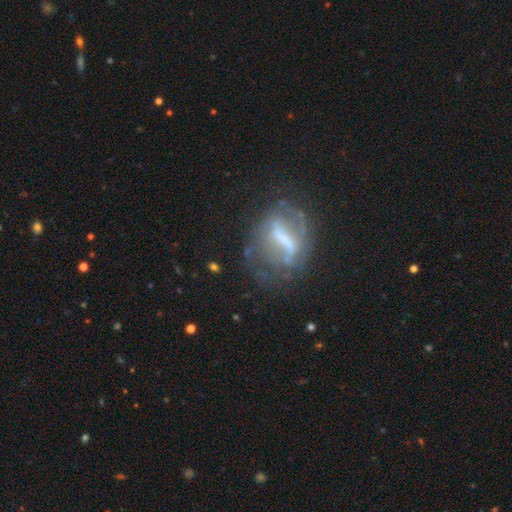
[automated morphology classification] featured or disk 71%, smooth 17%, star or artifact 13%. Down the decision tree: edge-on disk — no (82%); bar — strong (71%); spiral arms — no (52%); bulge size — none (33%); merging — none (62%).